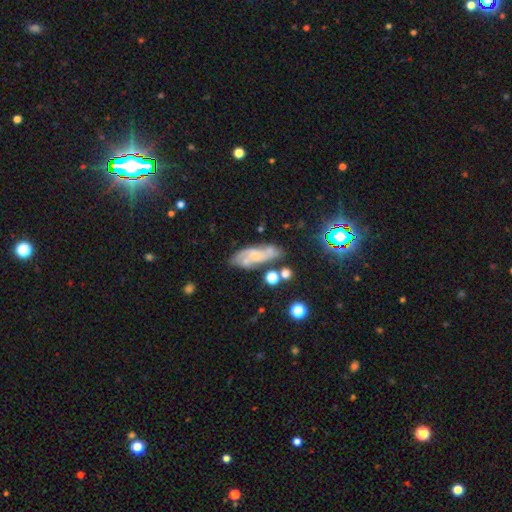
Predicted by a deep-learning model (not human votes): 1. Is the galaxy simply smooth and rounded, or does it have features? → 58% featured or disk, 30% smooth, 11% star or artifact.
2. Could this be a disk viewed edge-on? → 87% no, 13% yes.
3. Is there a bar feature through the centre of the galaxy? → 63% no, 30% weak, 7% strong.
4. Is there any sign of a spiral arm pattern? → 86% yes, 14% no.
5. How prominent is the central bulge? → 54% small, 24% none, 19% moderate, 2% large, 1% dominant.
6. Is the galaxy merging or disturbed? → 62% none, 22% minor disturbance, 8% merger, 8% major disturbance.